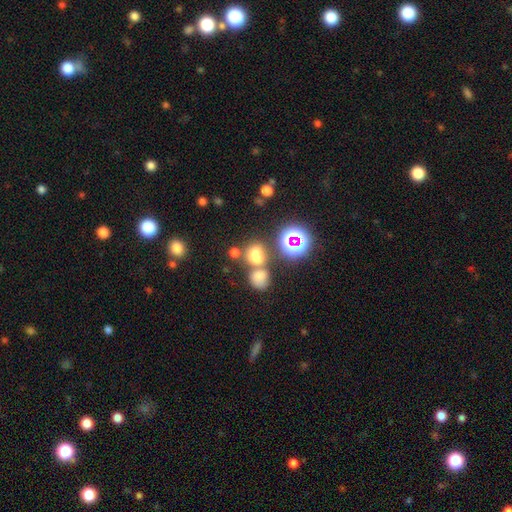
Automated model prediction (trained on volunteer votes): smooth-or-featured: smooth: 66% | star or artifact: 24% | featured or disk: 10%
  how-rounded: round: 55% | in between: 43% | cigar-shaped: 1%
  merging: merger: 43% | none: 42% | minor disturbance: 10% | major disturbance: 6%